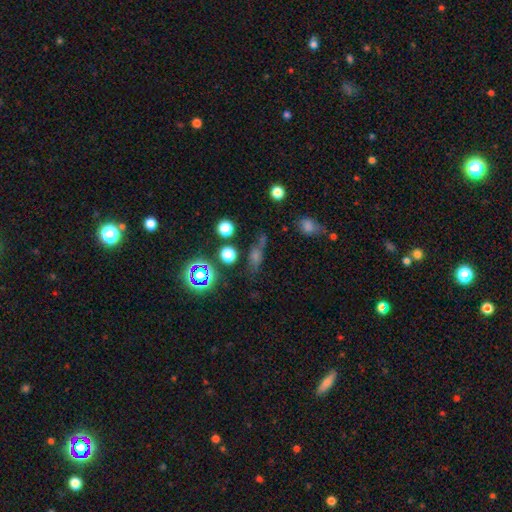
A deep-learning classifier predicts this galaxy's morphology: type=smooth (43%); merging=none (67%).